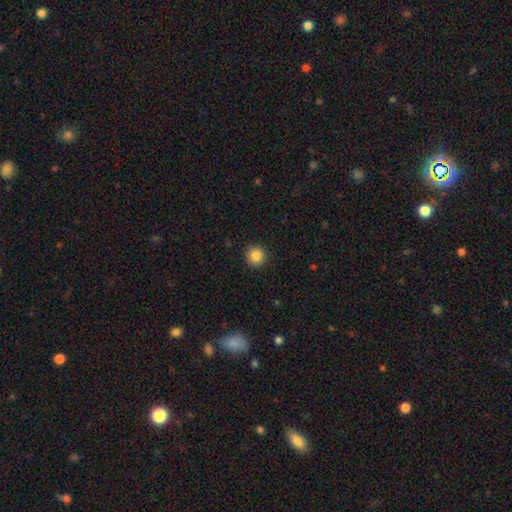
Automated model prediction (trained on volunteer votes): Q: Smooth or featured?
A: smooth (85%); runner-up: star or artifact (10%)
Q: How rounded?
A: round (94%); runner-up: in between (5%)
Q: Merging?
A: none (92%); runner-up: minor disturbance (5%)